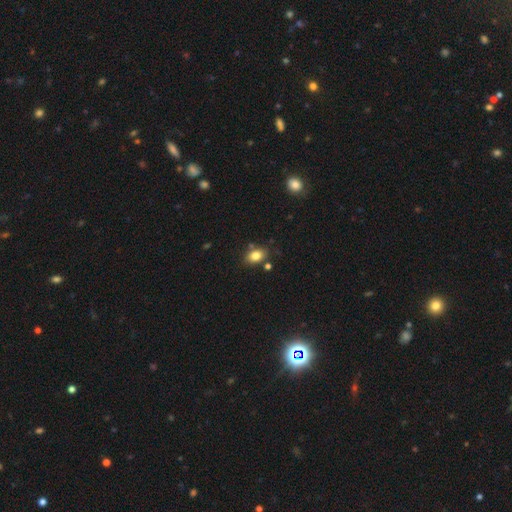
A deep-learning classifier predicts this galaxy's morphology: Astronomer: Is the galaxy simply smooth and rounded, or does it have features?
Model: smooth — 82%.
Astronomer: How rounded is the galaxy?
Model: in between — 81%.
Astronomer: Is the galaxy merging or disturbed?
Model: none — 76%.